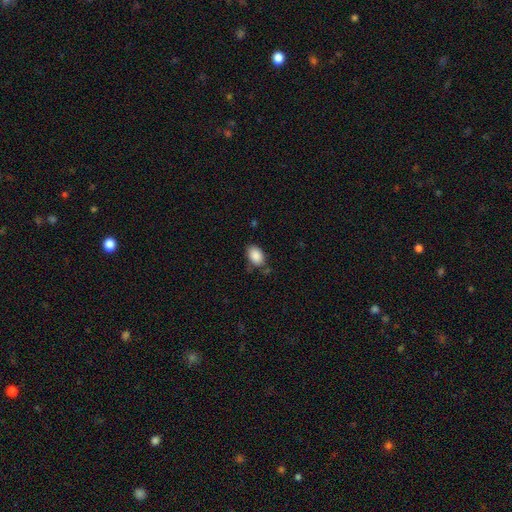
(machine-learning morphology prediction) Q: Smooth or featured?
A: smooth (88%); runner-up: star or artifact (8%)
Q: How rounded?
A: in between (87%); runner-up: round (12%)
Q: Merging?
A: none (73%); runner-up: minor disturbance (19%)